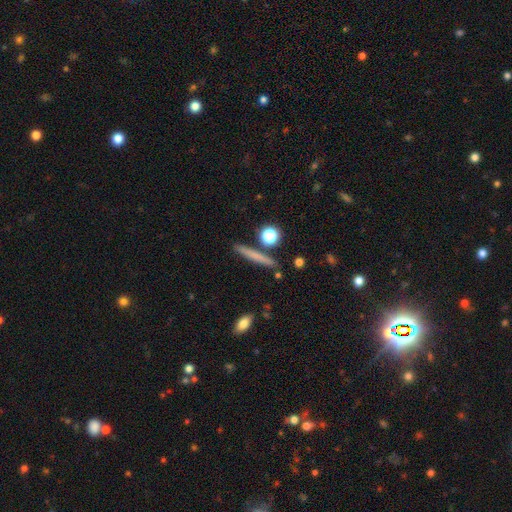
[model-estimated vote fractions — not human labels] Overall: smooth (63%; featured or disk 28%). How rounded: cigar-shaped (89%). Merging: none (85%).